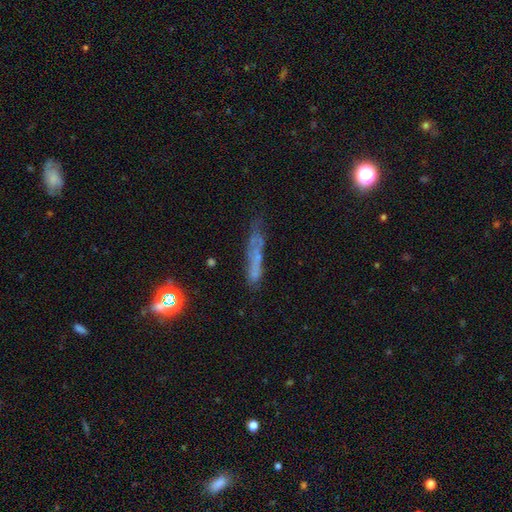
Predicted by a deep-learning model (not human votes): This is marginally a smooth galaxy (44%). Merging: possibly none (56%).